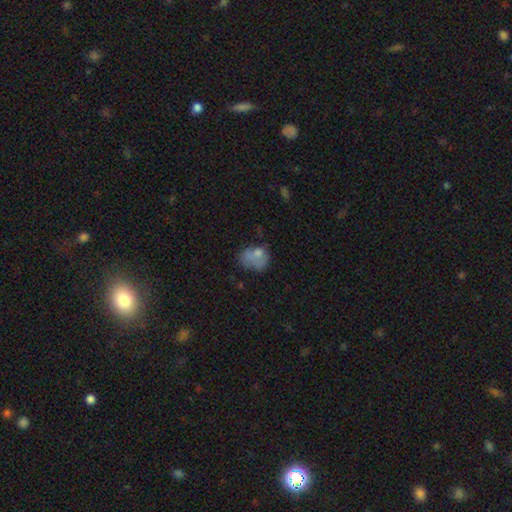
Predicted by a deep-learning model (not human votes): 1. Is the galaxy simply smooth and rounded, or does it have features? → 66% smooth, 23% featured or disk, 11% star or artifact.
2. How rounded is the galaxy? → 59% in between, 40% round, 1% cigar-shaped.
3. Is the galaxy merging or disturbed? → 32% none, 29% major disturbance, 28% minor disturbance, 11% merger.